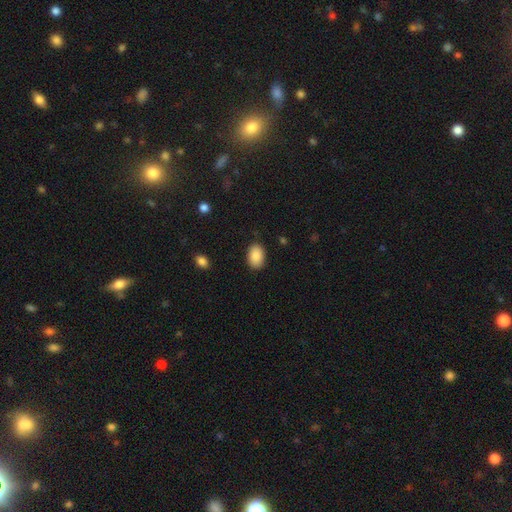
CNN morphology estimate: This is clearly a smooth galaxy (90%). How rounded: clearly in between (84%). Merging: clearly none (87%).